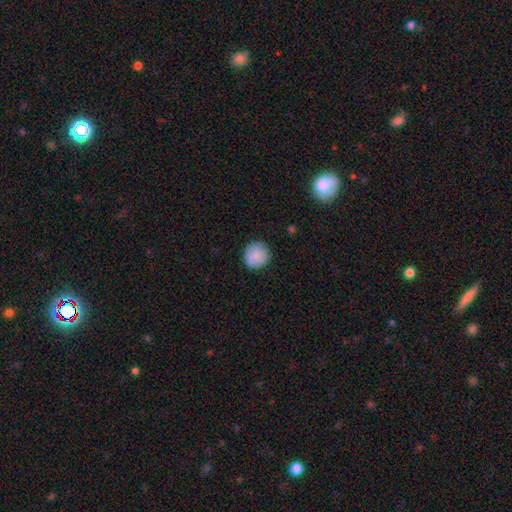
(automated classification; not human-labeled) Overall: smooth (87%). How rounded: round (91%). Merging: none (86%).